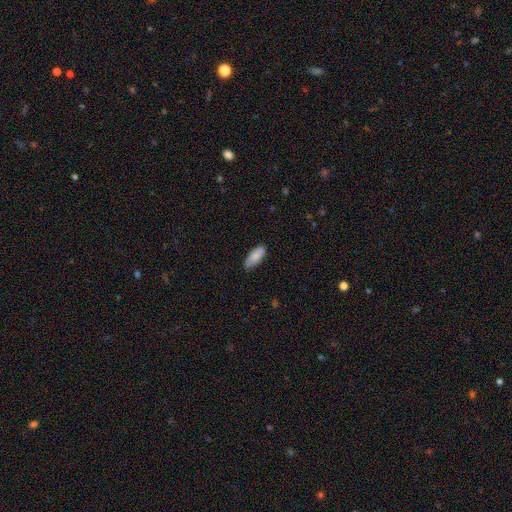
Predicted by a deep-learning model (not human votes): Smooth or featured? smooth (83%)
How rounded? in between (81%)
Merging? none (77%)